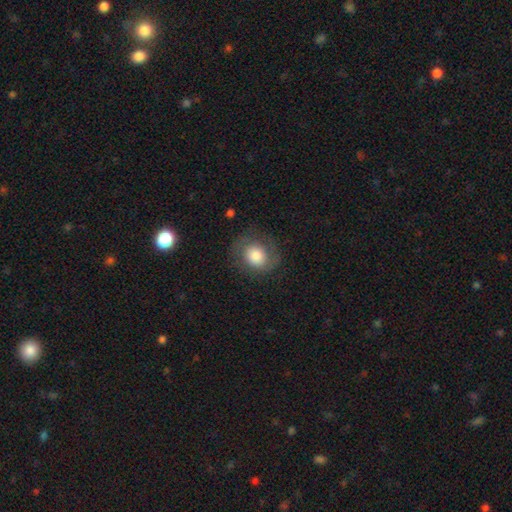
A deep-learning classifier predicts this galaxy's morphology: A smooth galaxy with no disk features (63%) that is round (74%). Merging: none (72%).